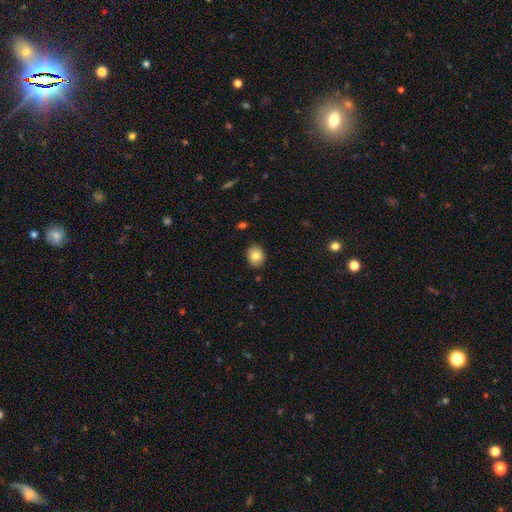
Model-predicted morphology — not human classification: Smooth or featured? Predicted: smooth (p=0.84). How rounded? Predicted: round (p=0.54). Merging? Predicted: none (p=0.87).